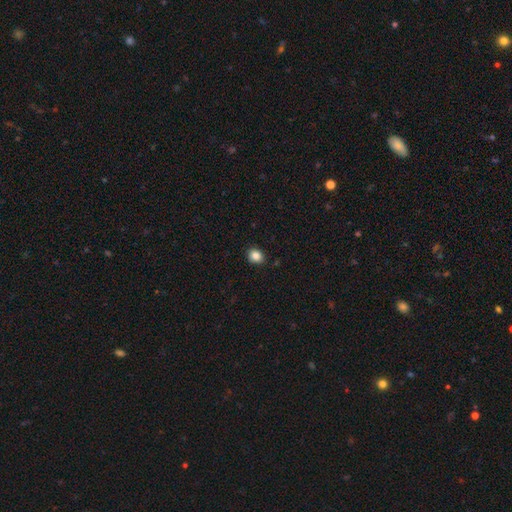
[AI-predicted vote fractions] Smooth or featured?
  - smooth: 85% *
  - star or artifact: 10%
  - featured or disk: 5%
How rounded?
  - round: 56% *
  - in between: 43%
  - cigar-shaped: 1%
Merging?
  - none: 89% *
  - minor disturbance: 8%
  - major disturbance: 2%
  - merger: 1%